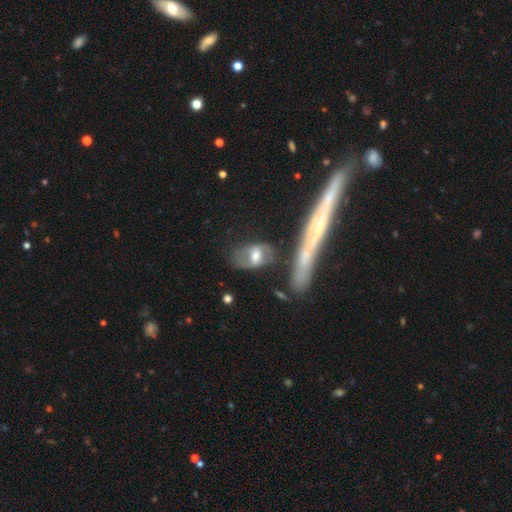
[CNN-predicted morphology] A featured or disk galaxy (51%).

Vote fractions:
- Smooth or featured? featured or disk: 51% / smooth: 42% / star or artifact: 7%
- Edge-on disk? no: 79% / yes: 21%
- Merging? none: 60% / minor disturbance: 20% / major disturbance: 10% / merger: 10%